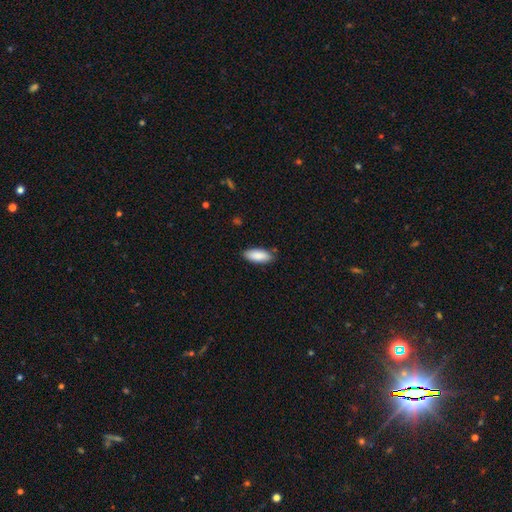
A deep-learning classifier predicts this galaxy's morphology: Q: Smooth or featured?
A: smooth (89%); runner-up: star or artifact (6%)
Q: How rounded?
A: in between (83%); runner-up: cigar-shaped (15%)
Q: Merging?
A: none (86%); runner-up: minor disturbance (11%)